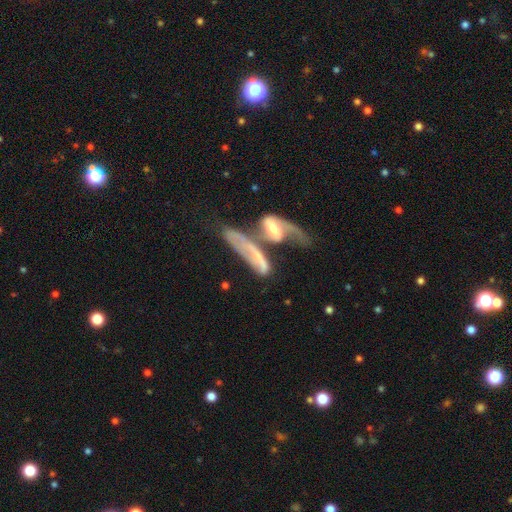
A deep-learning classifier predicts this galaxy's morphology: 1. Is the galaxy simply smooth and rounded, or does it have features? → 63% featured or disk, 29% smooth, 8% star or artifact.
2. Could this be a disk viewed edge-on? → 69% no, 31% yes.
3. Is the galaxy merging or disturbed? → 59% merger, 16% none, 15% major disturbance, 10% minor disturbance.